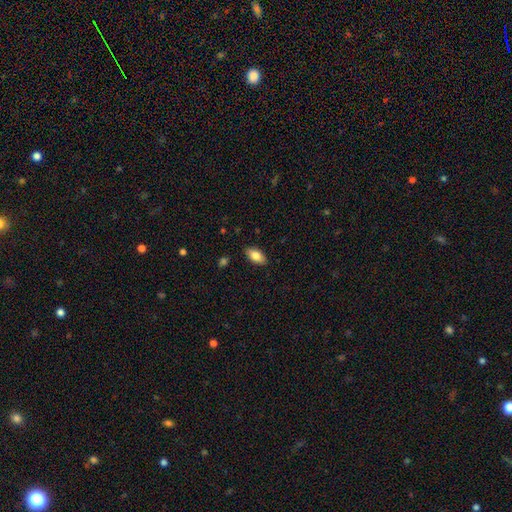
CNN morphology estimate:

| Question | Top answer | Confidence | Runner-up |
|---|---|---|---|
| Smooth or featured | smooth | 83% | featured or disk (10%) |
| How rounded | in between | 92% | cigar-shaped (5%) |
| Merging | none | 88% | minor disturbance (9%) |